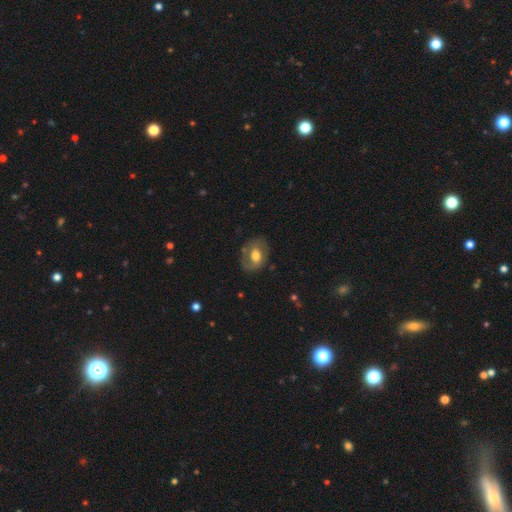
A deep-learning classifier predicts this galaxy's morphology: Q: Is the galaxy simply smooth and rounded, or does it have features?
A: featured or disk — 50%.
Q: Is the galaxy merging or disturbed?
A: none — 74%.